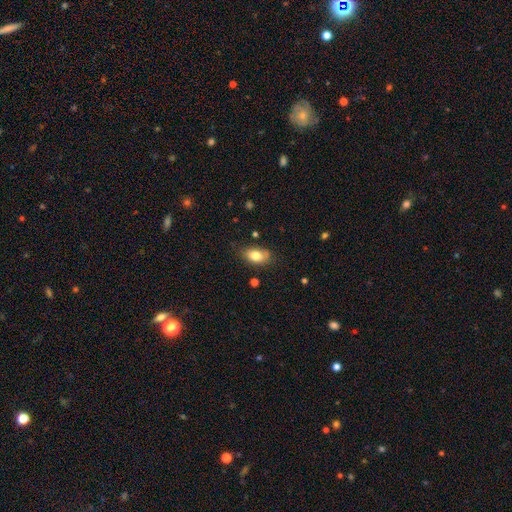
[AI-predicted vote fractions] Q: Smooth or featured?
A: smooth (79%); runner-up: featured or disk (14%)
Q: How rounded?
A: in between (89%); runner-up: round (9%)
Q: Merging?
A: none (74%); runner-up: minor disturbance (20%)